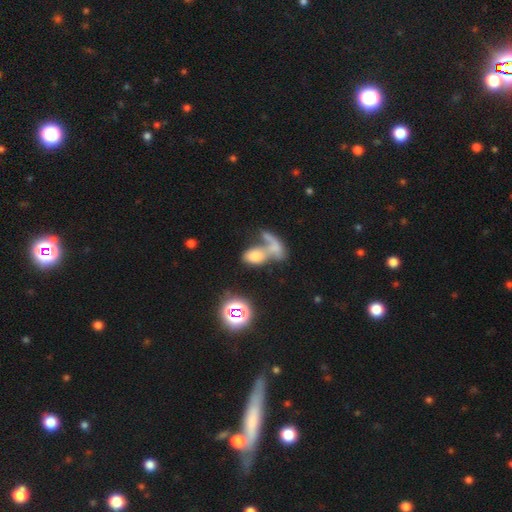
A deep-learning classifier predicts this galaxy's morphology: A smooth galaxy with no disk features (62%) that is in between round and cigar-shaped (83%).

Vote fractions:
- Smooth or featured? smooth: 62% / featured or disk: 22% / star or artifact: 16%
- How rounded? in between: 83% / round: 14% / cigar-shaped: 3%
- Merging? merger: 66% / none: 15% / major disturbance: 12% / minor disturbance: 7%